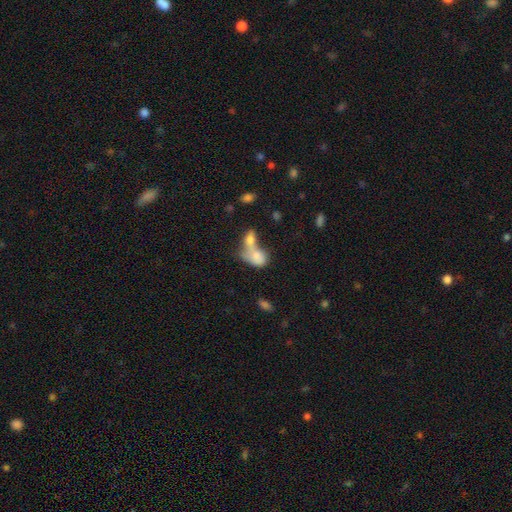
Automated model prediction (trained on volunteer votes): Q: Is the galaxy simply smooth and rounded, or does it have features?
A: smooth — 74%.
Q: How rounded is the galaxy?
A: in between — 80%.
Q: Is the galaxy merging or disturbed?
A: merger — 74%.